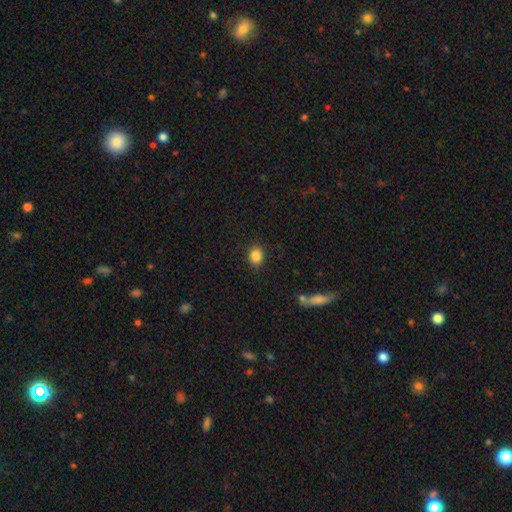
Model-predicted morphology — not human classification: Smooth or featured?
  - smooth: 86% *
  - star or artifact: 9%
  - featured or disk: 5%
How rounded?
  - in between: 52% *
  - round: 46%
  - cigar-shaped: 1%
Merging?
  - none: 88% *
  - minor disturbance: 8%
  - major disturbance: 3%
  - merger: 1%